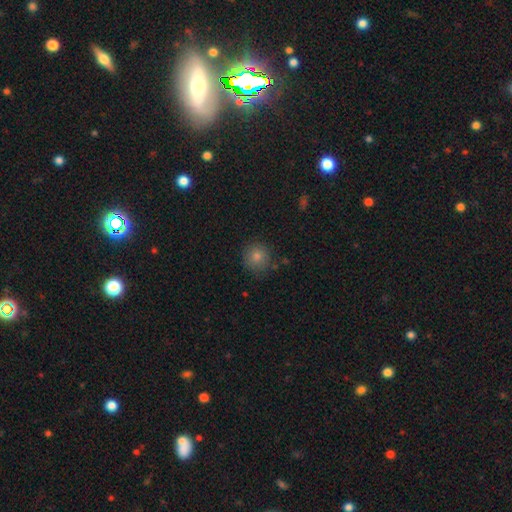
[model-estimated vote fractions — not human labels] smooth 74%, star or artifact 18%, featured or disk 8%. Down the decision tree: how rounded — round (94%); merging — none (86%).